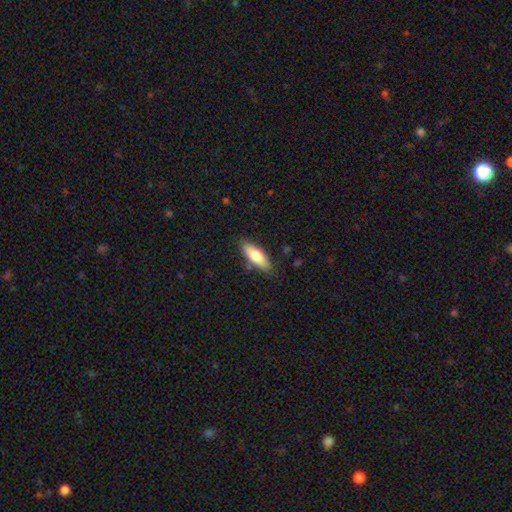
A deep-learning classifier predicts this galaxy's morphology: Smooth or featured: smooth — 68% (featured or disk — 26%)
How rounded: in between — 63% (cigar-shaped — 34%)
Merging: none — 82% (minor disturbance — 13%)